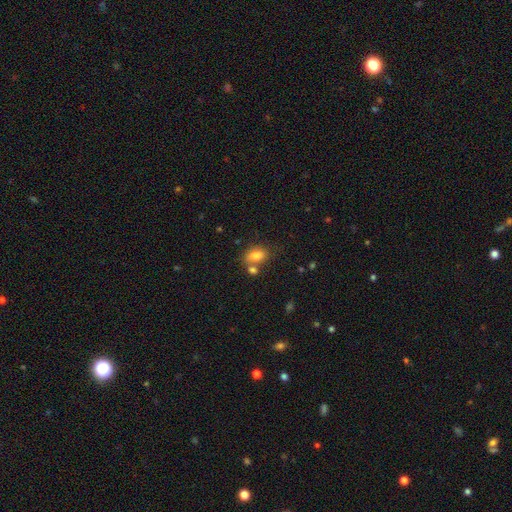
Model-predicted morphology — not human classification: Smooth or featured: smooth — 81% (star or artifact — 10%)
How rounded: in between — 83% (round — 15%)
Merging: none — 54% (merger — 26%)